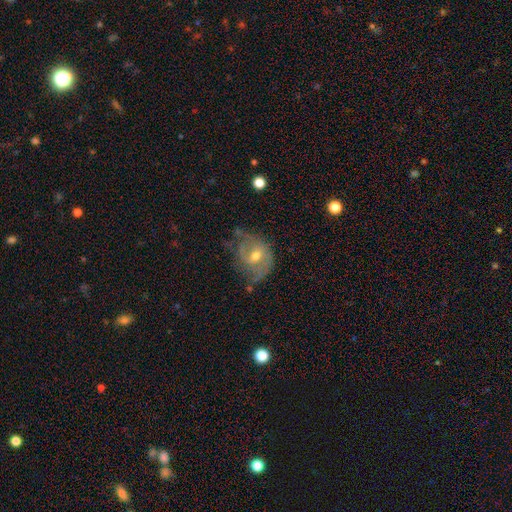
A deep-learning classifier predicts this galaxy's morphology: This is likely a featured or disk galaxy (67%). It is clearly not viewed edge-on (96%). Bar: possibly weak (45%). Spiral arm pattern: likely yes (74%). Central bulge: likely moderate (61%). Merging: possibly none (48%).